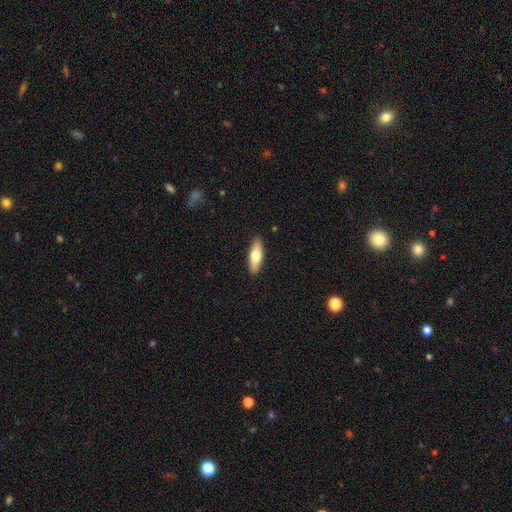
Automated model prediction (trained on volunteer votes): Smooth or featured? Predicted: smooth (p=0.64). How rounded? Predicted: in between (p=0.50). Merging? Predicted: none (p=0.90).